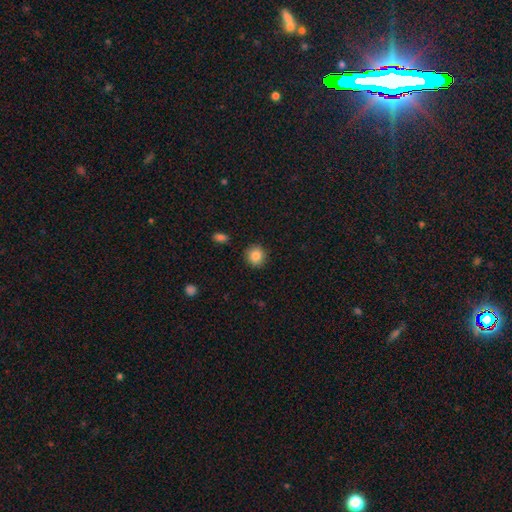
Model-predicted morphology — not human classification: The model was most divided on "smooth or featured": smooth: 86%, star or artifact: 9%, featured or disk: 5%. More confident: merging — none (91%); how rounded — round (90%).